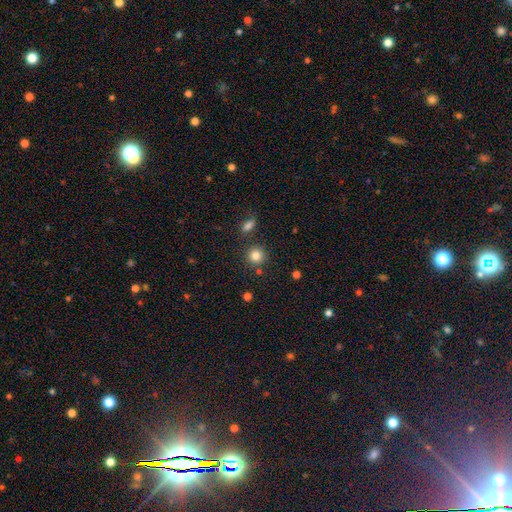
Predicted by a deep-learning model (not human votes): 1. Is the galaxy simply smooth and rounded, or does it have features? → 83% smooth, 11% star or artifact, 6% featured or disk.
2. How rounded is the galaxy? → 91% round, 8% in between, 1% cigar-shaped.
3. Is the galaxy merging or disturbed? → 82% none, 8% minor disturbance, 7% merger, 3% major disturbance.